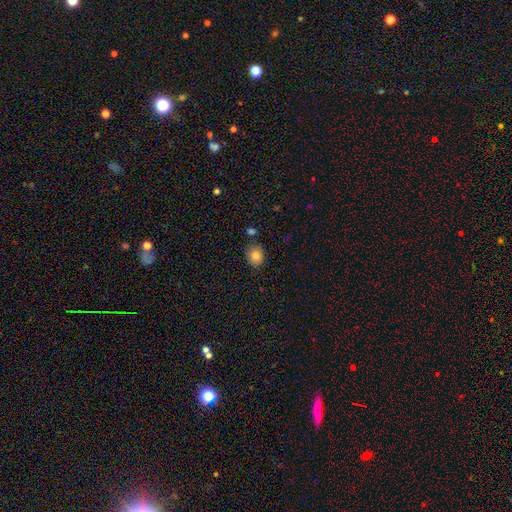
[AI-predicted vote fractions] This appears to be a smooth galaxy with no disk features (83%) that is round (61%). Merging: none (82%).